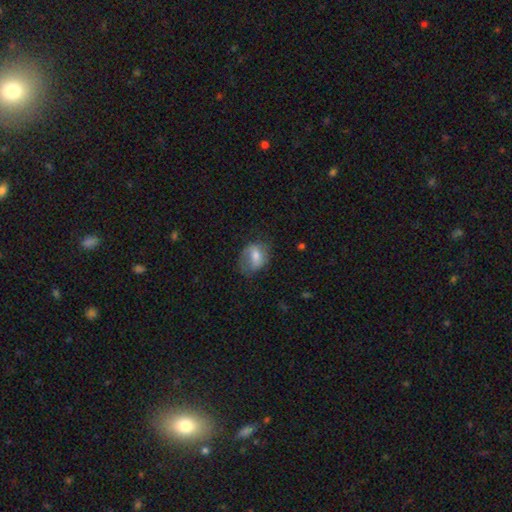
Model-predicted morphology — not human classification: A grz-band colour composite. It shows a smooth galaxy with no disk features (57%) that is in between round and cigar-shaped (65%). Merging: none (54%).